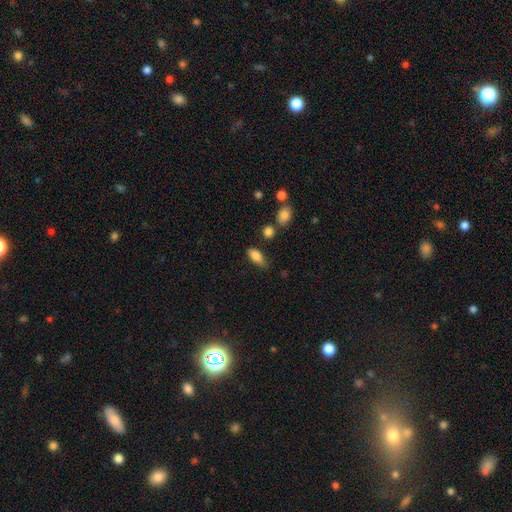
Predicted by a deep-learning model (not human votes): Q: Smooth or featured?
A: smooth (83%); runner-up: featured or disk (9%)
Q: How rounded?
A: in between (83%); runner-up: cigar-shaped (12%)
Q: Merging?
A: none (59%); runner-up: minor disturbance (30%)